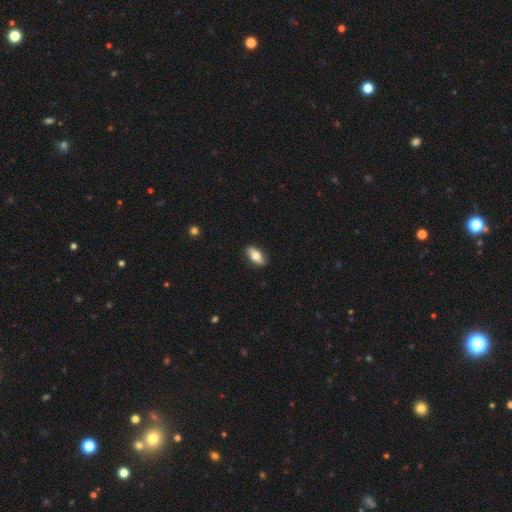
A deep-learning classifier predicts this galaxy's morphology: This appears to be a smooth galaxy with no disk features (68%) that is in between round and cigar-shaped (85%). Merging: none (85%).